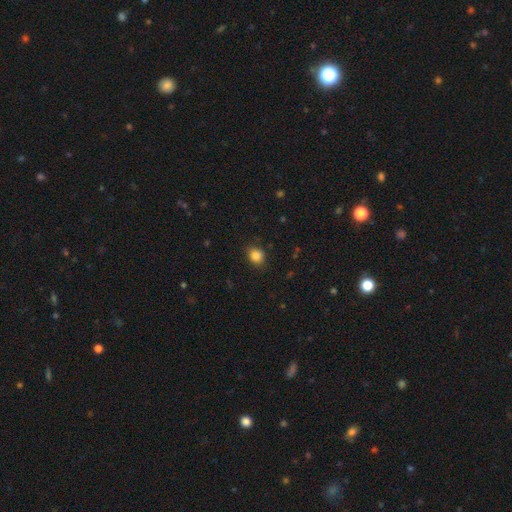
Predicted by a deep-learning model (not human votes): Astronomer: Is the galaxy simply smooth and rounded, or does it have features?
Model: smooth — 86%.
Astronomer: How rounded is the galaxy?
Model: round — 65%.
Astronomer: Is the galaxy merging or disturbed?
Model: none — 83%.